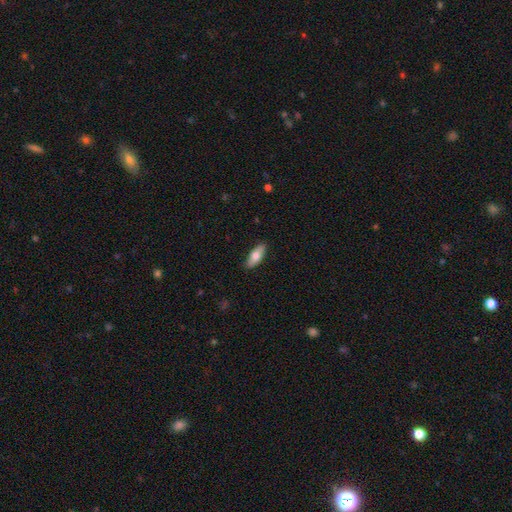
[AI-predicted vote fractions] smooth_or_featured: smooth (p=0.70) [alt: featured or disk p=0.24]
how_rounded: in between (p=0.71) [alt: cigar-shaped p=0.27]
merging: none (p=0.88) [alt: minor disturbance p=0.10]